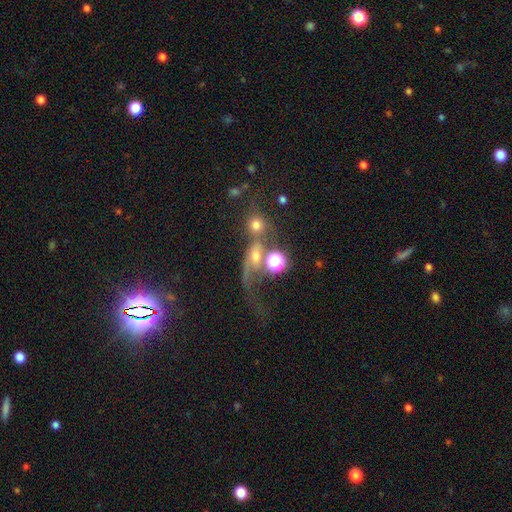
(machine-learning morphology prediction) This appears to be a smooth galaxy with no disk features (45%). Merging: merger (43%).